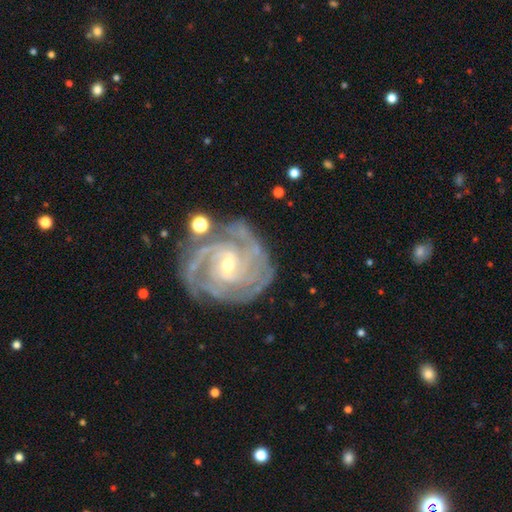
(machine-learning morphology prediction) This appears to be a featured or disk galaxy (90%) with a weak bar (49%), 3 (31%) tight (69%) spiral arms (98%) and a small central bulge (58%). Merging: none (73%).